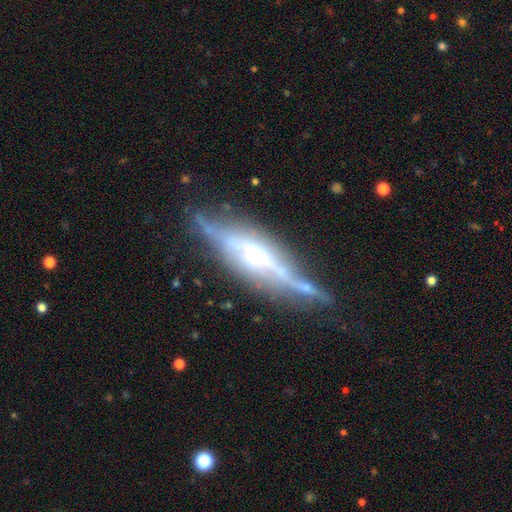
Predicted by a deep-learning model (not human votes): Smooth or featured?
  - featured or disk: 80% *
  - smooth: 13%
  - star or artifact: 6%
Edge-on disk?
  - yes: 86% *
  - no: 14%
Edge-on bulge?
  - rounded: 56% *
  - boxy: 29%
  - none: 15%
Merging?
  - none: 63% *
  - minor disturbance: 23%
  - major disturbance: 9%
  - merger: 4%